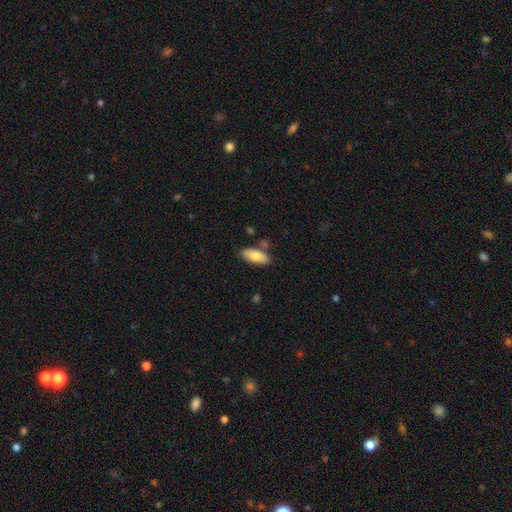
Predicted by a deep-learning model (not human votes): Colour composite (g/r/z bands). It shows a smooth galaxy with no disk features (82%) that is in between round and cigar-shaped (83%). Merging: none (77%).